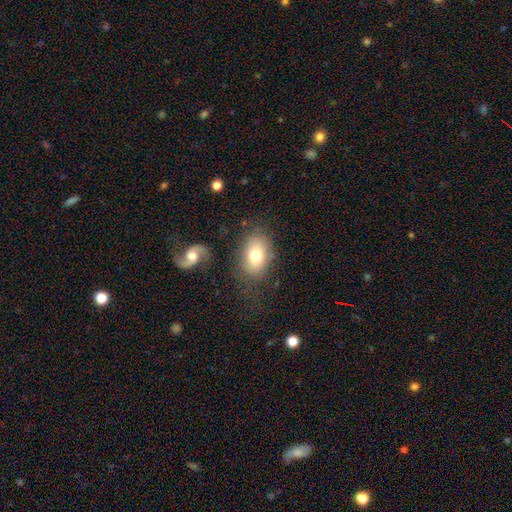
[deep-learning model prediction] Smooth or featured?
  - smooth: 74% *
  - featured or disk: 17%
  - star or artifact: 8%
How rounded?
  - in between: 83% *
  - round: 16%
  - cigar-shaped: 1%
Merging?
  - none: 73% *
  - minor disturbance: 16%
  - major disturbance: 7%
  - merger: 5%